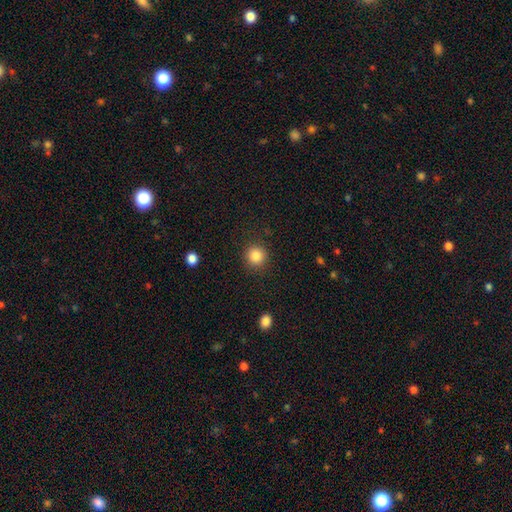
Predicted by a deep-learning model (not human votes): Q: Smooth or featured?
A: smooth (86%); runner-up: star or artifact (10%)
Q: How rounded?
A: round (93%); runner-up: in between (6%)
Q: Merging?
A: none (89%); runner-up: minor disturbance (7%)